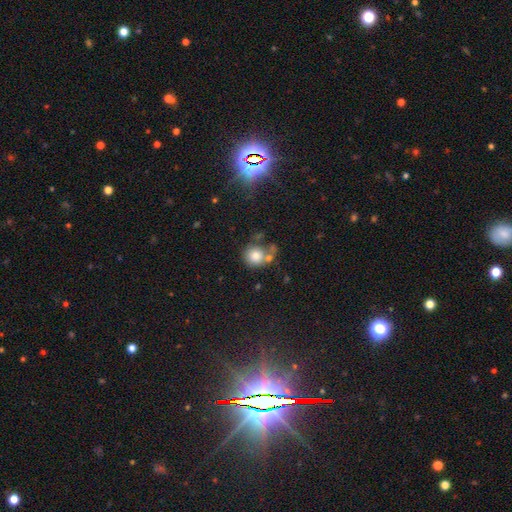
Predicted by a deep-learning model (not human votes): Q: Smooth or featured?
A: smooth (77%); runner-up: featured or disk (12%)
Q: How rounded?
A: round (87%); runner-up: in between (12%)
Q: Merging?
A: none (49%); runner-up: merger (28%)